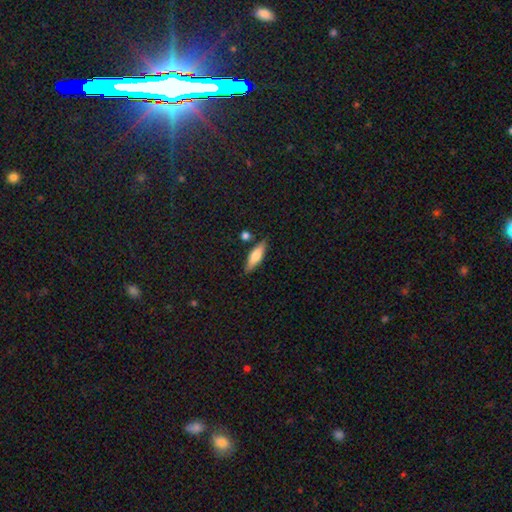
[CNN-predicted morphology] This appears to be a smooth galaxy with no disk features (66%) that is cigar-shaped (55%). Merging: none (80%).